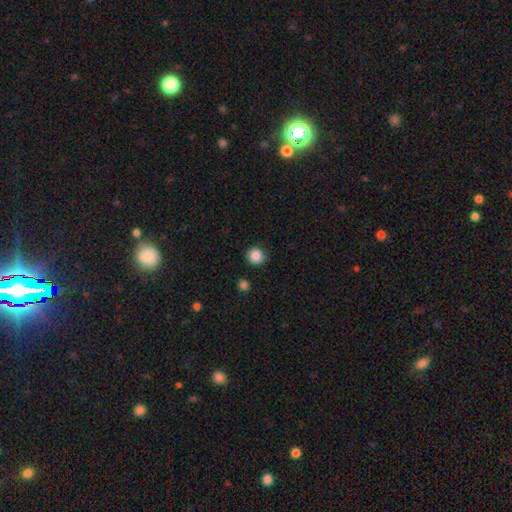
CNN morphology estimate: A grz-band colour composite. It shows a smooth galaxy with no disk features (87%) that is round (92%). Merging: none (87%).